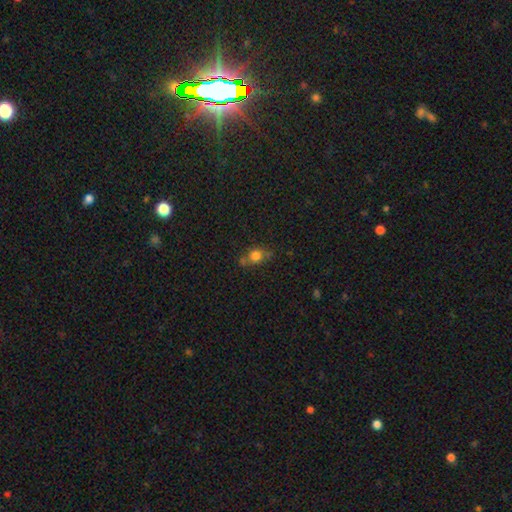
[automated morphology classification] The model was most divided on "merging": none: 54%, merger: 20%, minor disturbance: 20%, major disturbance: 6%. More confident: smooth or featured — smooth (75%); how rounded — round (66%).